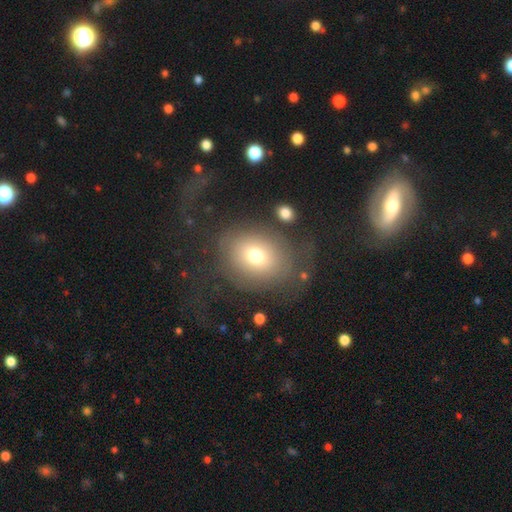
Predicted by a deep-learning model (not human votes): Morphology: type=smooth (64%); roundness=round (58%); merging=none (53%).